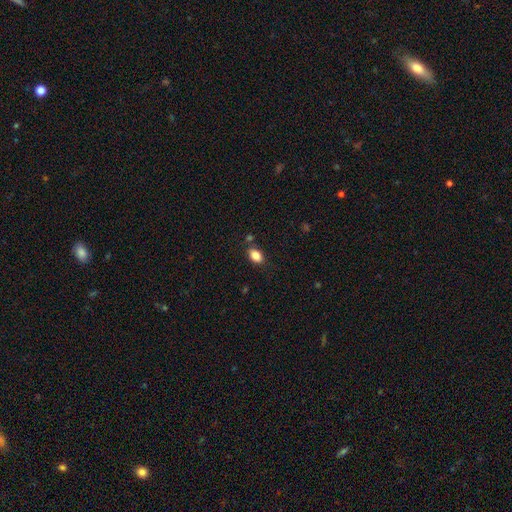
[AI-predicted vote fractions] Smooth or featured? Predicted: smooth (p=0.85). How rounded? Predicted: in between (p=0.87). Merging? Predicted: none (p=0.79).